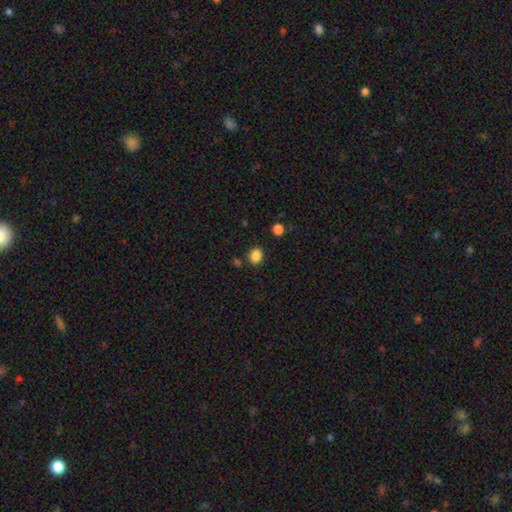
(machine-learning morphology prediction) type=smooth (86%); roundness=round (57%); merging=none (83%).